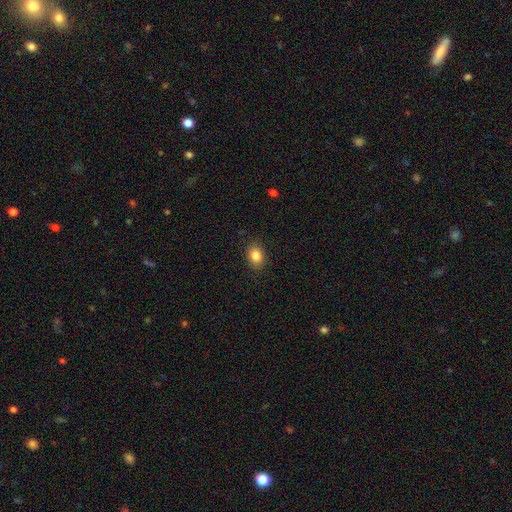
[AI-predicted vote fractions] A smooth galaxy with no disk features (84%) that is in between round and cigar-shaped (64%). Merging: none (87%).